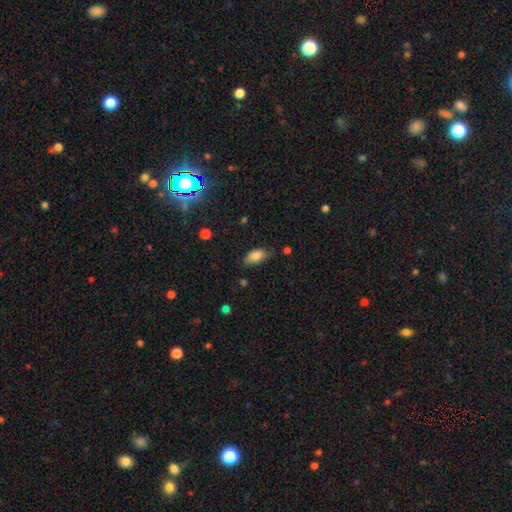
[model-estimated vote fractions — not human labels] smooth-or-featured: smooth: 84% | star or artifact: 8% | featured or disk: 8%
  how-rounded: in between: 92% | cigar-shaped: 4% | round: 4%
  merging: none: 66% | minor disturbance: 27% | major disturbance: 6% | merger: 2%